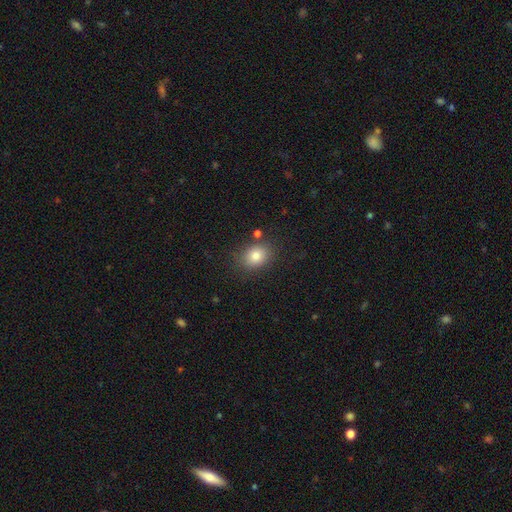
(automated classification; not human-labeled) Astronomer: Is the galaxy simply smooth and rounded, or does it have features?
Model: smooth — 82%.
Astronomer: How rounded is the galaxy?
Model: in between — 56% (runner-up: round, 43%).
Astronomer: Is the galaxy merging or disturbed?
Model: none — 80%.